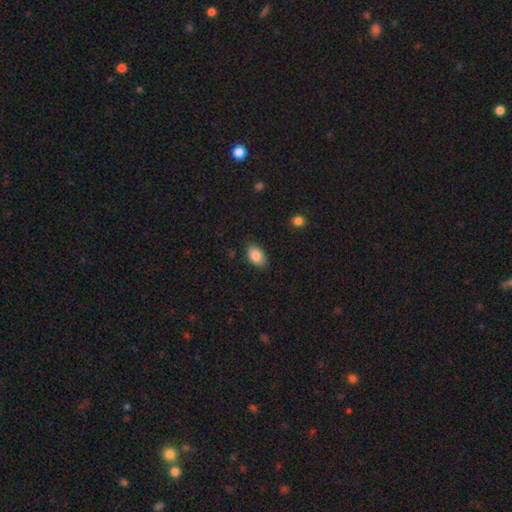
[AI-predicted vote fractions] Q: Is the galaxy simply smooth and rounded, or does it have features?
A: smooth — 88%.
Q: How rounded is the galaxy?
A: in between — 90%.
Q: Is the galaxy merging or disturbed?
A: none — 83%.